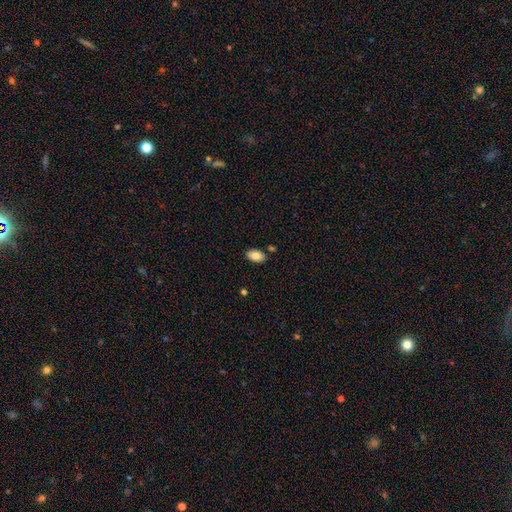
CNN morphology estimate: smooth-or-featured: smooth: 84% | featured or disk: 9% | star or artifact: 7%
  how-rounded: in between: 93% | round: 5% | cigar-shaped: 2%
  merging: none: 84% | minor disturbance: 10% | merger: 4% | major disturbance: 2%